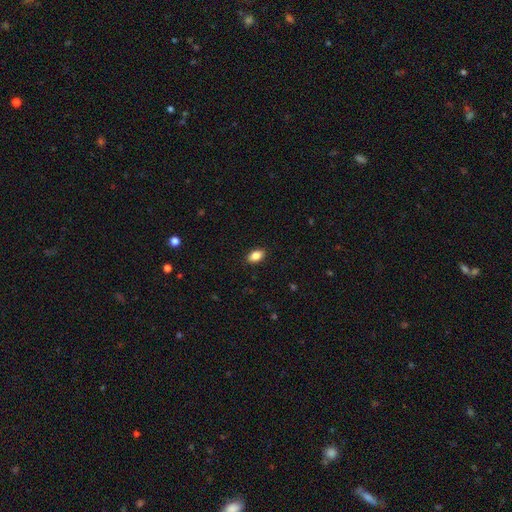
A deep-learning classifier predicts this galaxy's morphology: smooth 86%, star or artifact 8%, featured or disk 6%. Down the decision tree: how rounded — in between (90%); merging — none (89%).